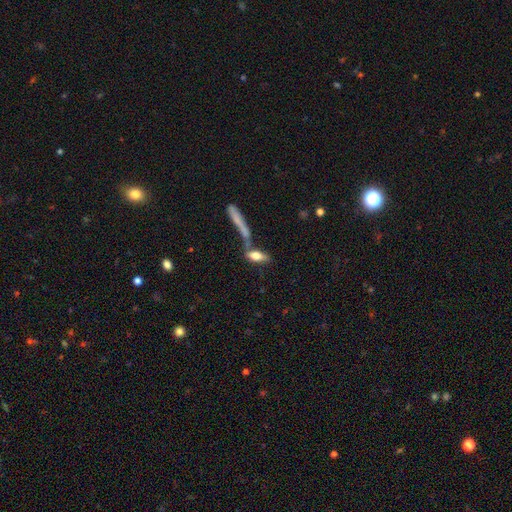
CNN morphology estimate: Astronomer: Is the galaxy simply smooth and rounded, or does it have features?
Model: smooth — 67%.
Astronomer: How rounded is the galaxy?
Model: in between — 58% (runner-up: cigar-shaped, 38%).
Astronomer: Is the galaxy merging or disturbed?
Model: merger — 40%, tied with none at 40%.